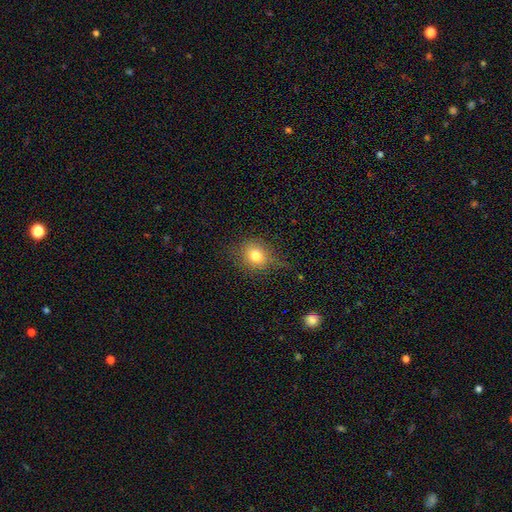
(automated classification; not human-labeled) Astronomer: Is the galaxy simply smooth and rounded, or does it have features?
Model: smooth — 77%.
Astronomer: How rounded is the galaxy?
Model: round — 72%.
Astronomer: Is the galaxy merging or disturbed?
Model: none — 75%.